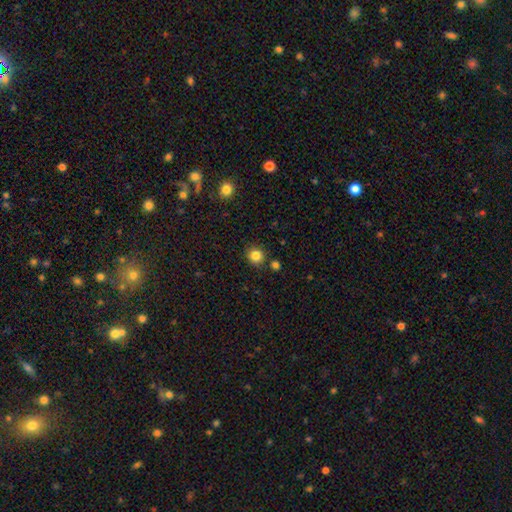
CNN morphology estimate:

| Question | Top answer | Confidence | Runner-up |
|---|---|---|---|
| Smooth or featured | smooth | 84% | star or artifact (11%) |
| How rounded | round | 86% | in between (13%) |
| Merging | none | 86% | minor disturbance (8%) |